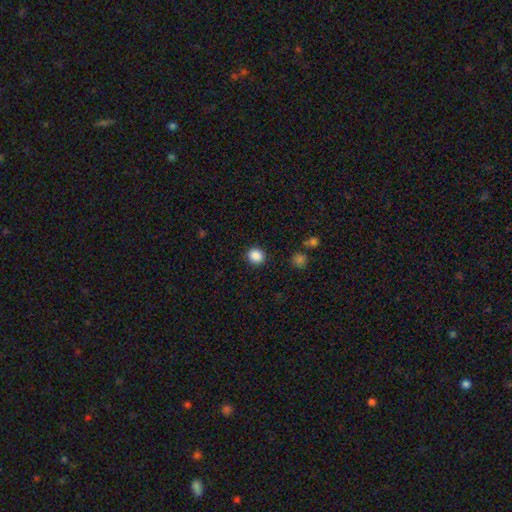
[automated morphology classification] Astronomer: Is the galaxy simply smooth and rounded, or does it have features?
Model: smooth — 87%.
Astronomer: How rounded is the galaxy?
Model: round — 81%.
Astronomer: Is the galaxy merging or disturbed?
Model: none — 90%.